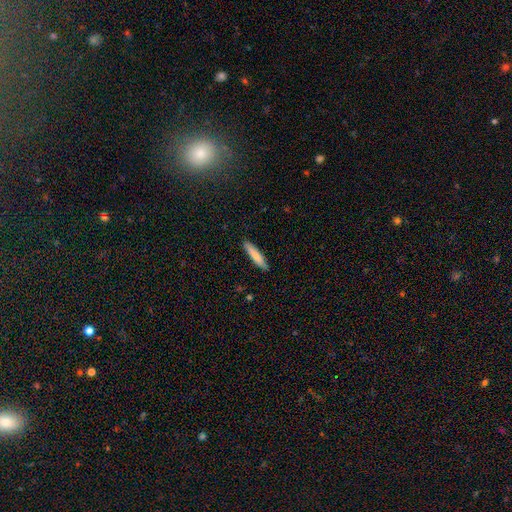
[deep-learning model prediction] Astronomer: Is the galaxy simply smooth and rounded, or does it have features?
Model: smooth — 78%.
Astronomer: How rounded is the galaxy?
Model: cigar-shaped — 86%.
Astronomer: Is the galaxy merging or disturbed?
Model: none — 88%.